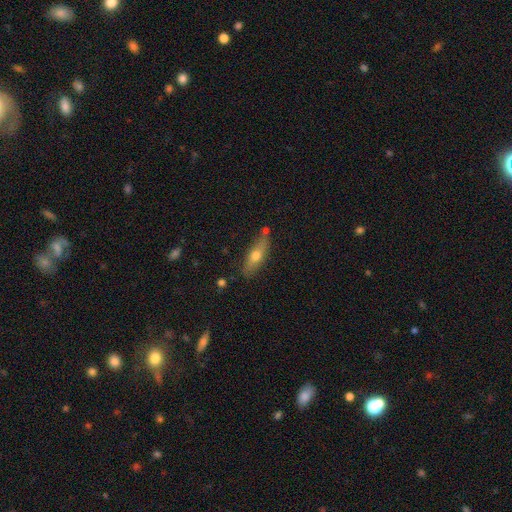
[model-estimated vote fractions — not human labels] smooth 55%, featured or disk 38%, star or artifact 7%. Down the decision tree: how rounded — cigar-shaped (51%); merging — none (76%).